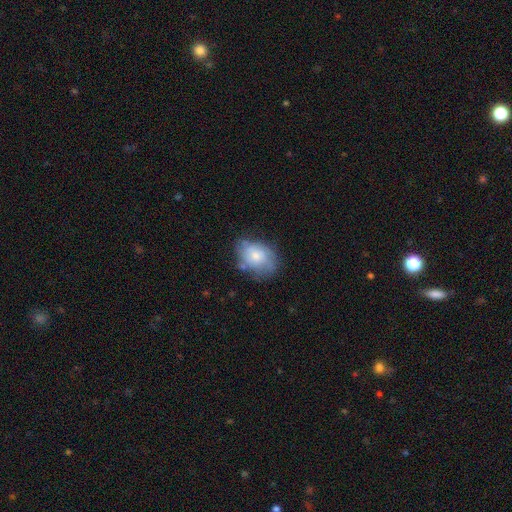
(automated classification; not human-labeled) Smooth or featured? Predicted: smooth (p=0.64). How rounded? Predicted: in between (p=0.70). Merging? Predicted: none (p=0.53).